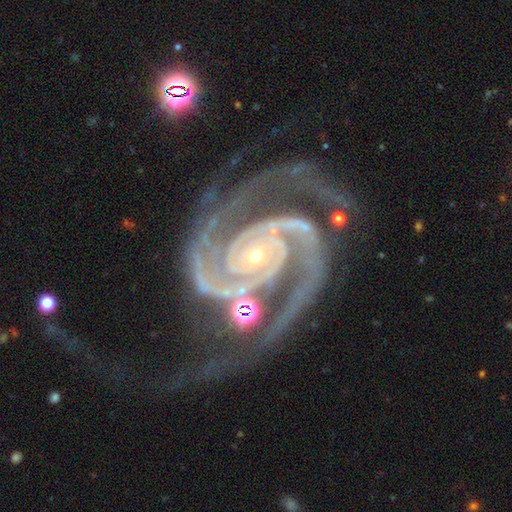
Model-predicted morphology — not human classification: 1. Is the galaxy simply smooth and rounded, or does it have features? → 94% featured or disk, 4% star or artifact, 2% smooth.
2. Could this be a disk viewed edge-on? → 98% no, 2% yes.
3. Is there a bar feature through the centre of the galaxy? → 65% no, 19% weak, 16% strong.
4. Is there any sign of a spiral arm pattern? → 99% yes, 1% no.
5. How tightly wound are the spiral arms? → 59% tight, 36% medium, 5% loose.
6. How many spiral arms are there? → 78% 2, 9% 3, 4% can't tell, 3% 4, 3% more than 4, 3% 1.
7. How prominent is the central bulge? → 81% small, 15% moderate, 2% none, 1% large, 1% dominant.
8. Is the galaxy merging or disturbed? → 46% none, 21% major disturbance, 21% minor disturbance, 12% merger.